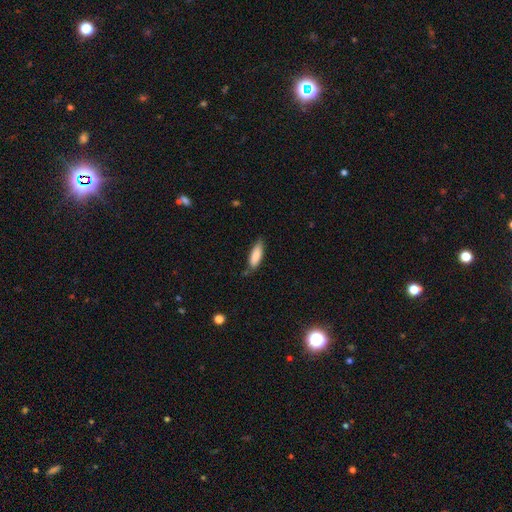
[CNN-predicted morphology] smooth 86%, featured or disk 8%, star or artifact 6%. Down the decision tree: how rounded — in between (58%); merging — none (72%).